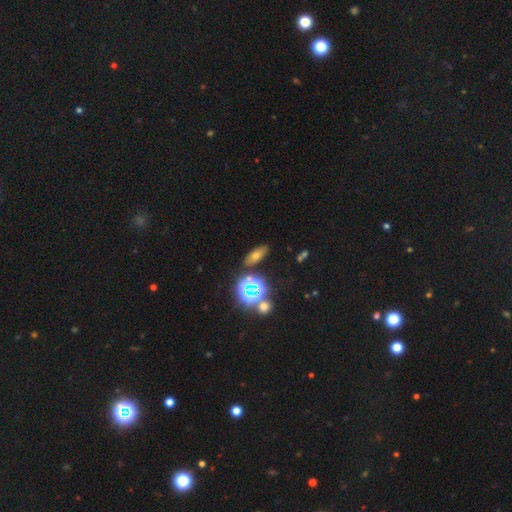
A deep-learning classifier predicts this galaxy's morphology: This is possibly a smooth galaxy (47%). Merging: clearly none (83%).